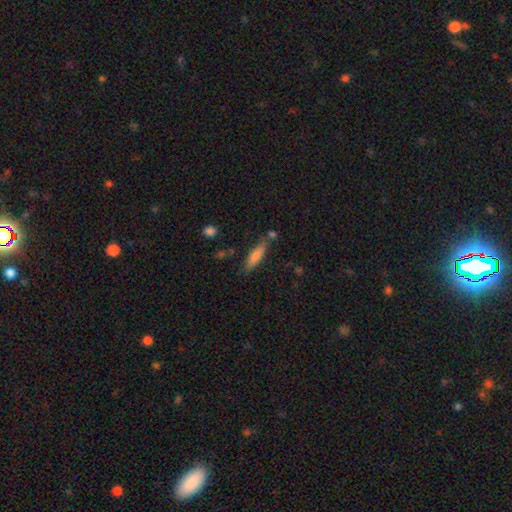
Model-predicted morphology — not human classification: This is likely a smooth galaxy (75%). How rounded: likely cigar-shaped (72%). Merging: likely none (72%).